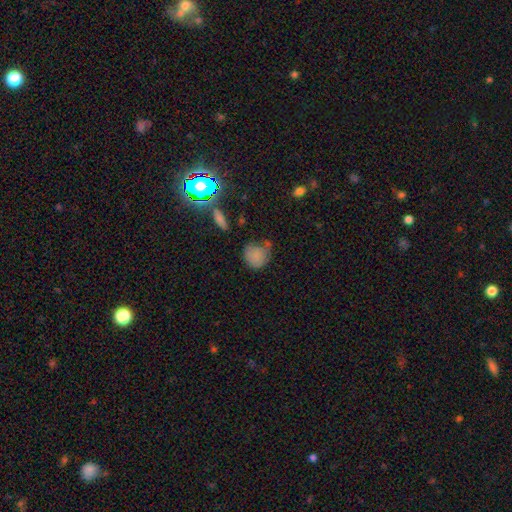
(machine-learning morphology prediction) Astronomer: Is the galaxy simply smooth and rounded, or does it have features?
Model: smooth — 76%.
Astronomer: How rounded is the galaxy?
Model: round — 75%.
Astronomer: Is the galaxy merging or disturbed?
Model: none — 49% (runner-up: minor disturbance, 31%).